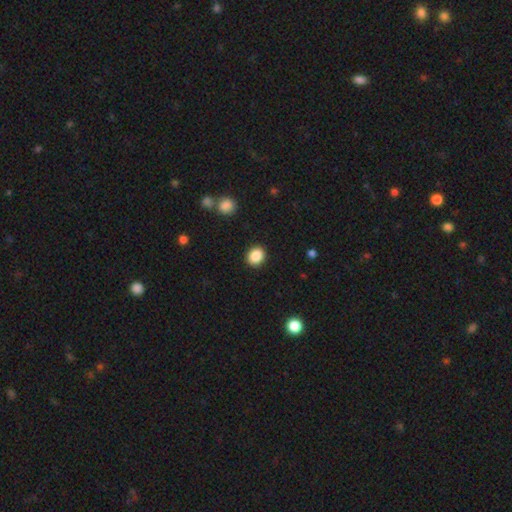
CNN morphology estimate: Smooth or featured?
  - smooth: 88% *
  - star or artifact: 9%
  - featured or disk: 3%
How rounded?
  - round: 65% *
  - in between: 34%
  - cigar-shaped: 1%
Merging?
  - none: 90% *
  - minor disturbance: 6%
  - major disturbance: 2%
  - merger: 1%